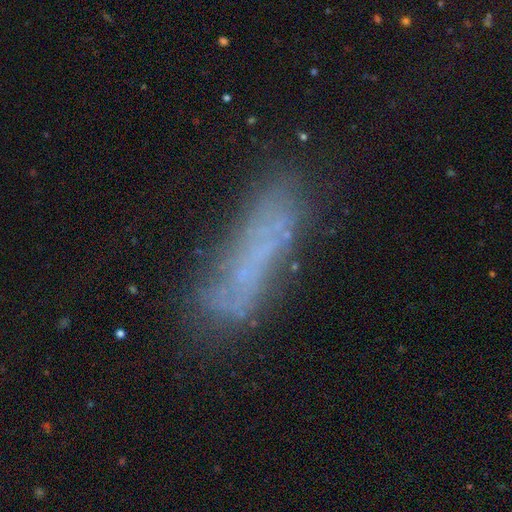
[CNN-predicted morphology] smooth-or-featured: smooth: 46% | featured or disk: 38% | star or artifact: 15%
  merging: none: 59% | minor disturbance: 22% | major disturbance: 13% | merger: 6%